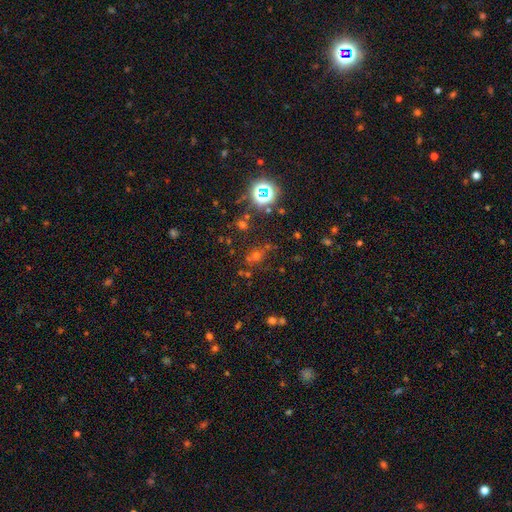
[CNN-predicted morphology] type=star or artifact (53%).